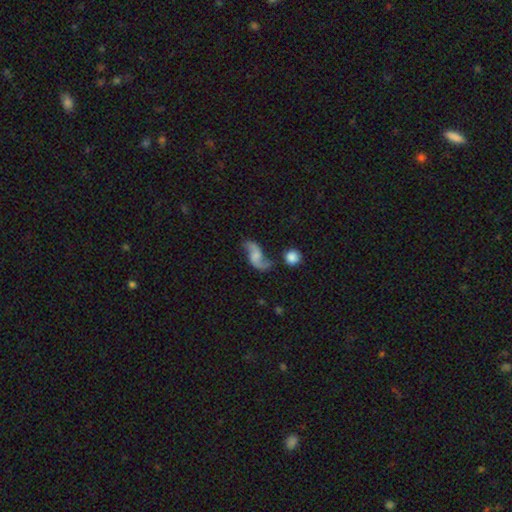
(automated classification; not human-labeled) Smooth or featured? featured or disk (81%)
Edge-on disk? no (97%)
Bar? no (55%)
Spiral arms? yes (95%)
Spiral winding? loose (85%)
Spiral arm count? 2 (93%)
Bulge size? small (35%)
Merging? none (64%)